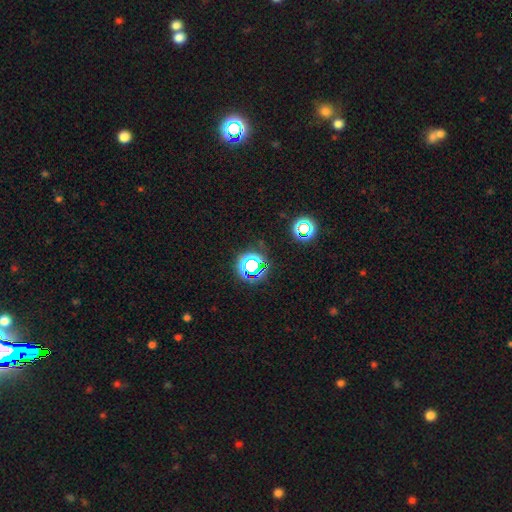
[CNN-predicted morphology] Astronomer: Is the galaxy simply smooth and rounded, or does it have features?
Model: star or artifact — 71%.